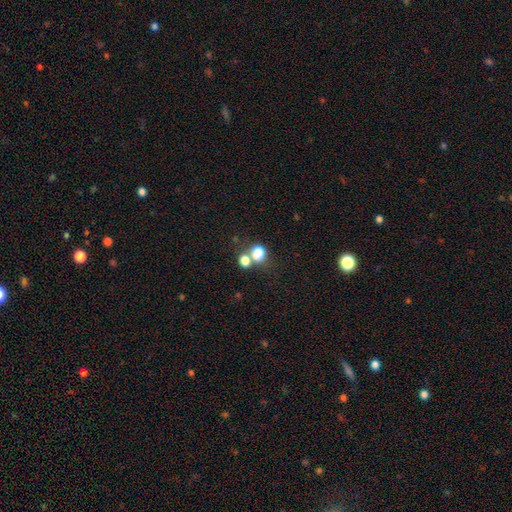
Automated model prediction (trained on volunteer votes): This is likely a smooth galaxy (74%). How rounded: likely round (68%). Merging: marginally merger (44%).